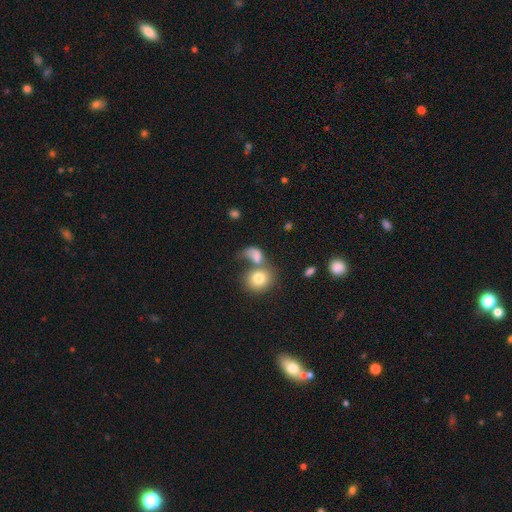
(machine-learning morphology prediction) A smooth galaxy with no disk features (71%) that is in between round and cigar-shaped (55%).

Vote fractions:
- Smooth or featured? smooth: 71% / featured or disk: 18% / star or artifact: 11%
- How rounded? in between: 55% / round: 43% / cigar-shaped: 2%
- Merging? merger: 45% / none: 21% / major disturbance: 20% / minor disturbance: 13%